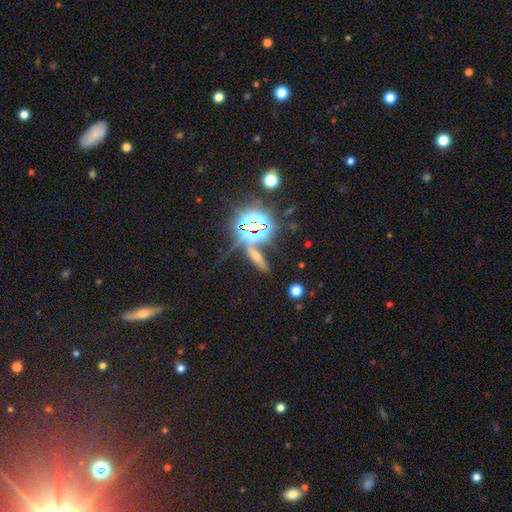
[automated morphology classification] Smooth or featured: star or artifact — 43% (smooth — 37%)